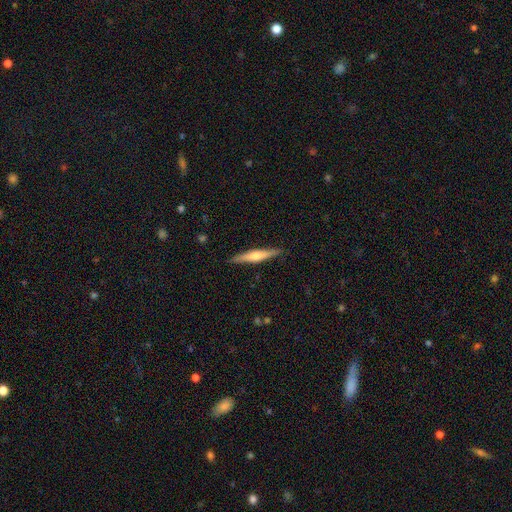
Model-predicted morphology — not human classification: The model was most divided on "smooth or featured": featured or disk: 60%, smooth: 35%, star or artifact: 5%. More confident: edge-on disk — yes (97%); merging — none (90%); edge-on bulge — rounded (82%).